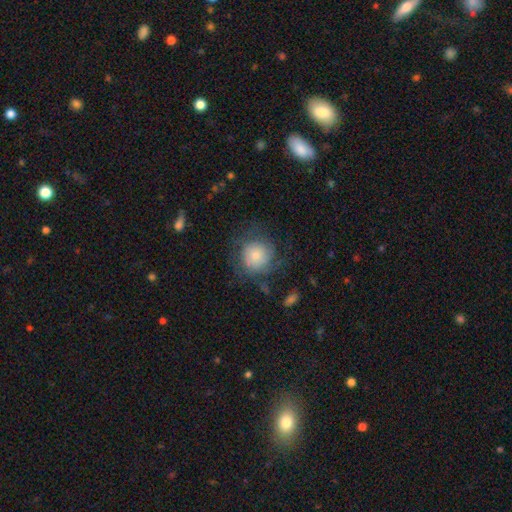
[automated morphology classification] Smooth or featured: smooth — 57% (featured or disk — 34%)
How rounded: round — 91% (in between — 8%)
Merging: none — 59% (minor disturbance — 20%)